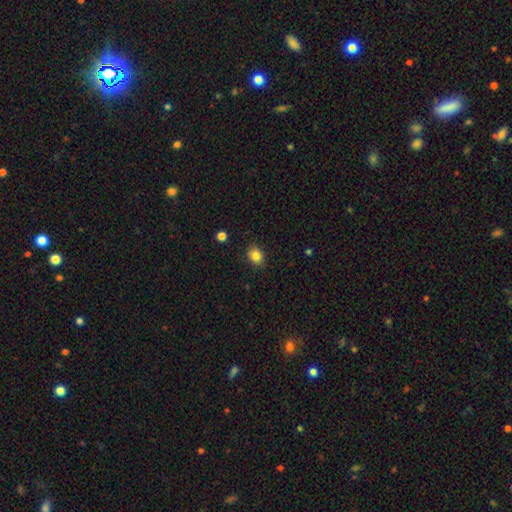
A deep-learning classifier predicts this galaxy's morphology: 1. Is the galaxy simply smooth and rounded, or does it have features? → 84% smooth, 10% star or artifact, 6% featured or disk.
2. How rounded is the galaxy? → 51% round, 48% in between, 1% cigar-shaped.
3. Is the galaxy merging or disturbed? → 87% none, 10% minor disturbance, 2% major disturbance, 1% merger.